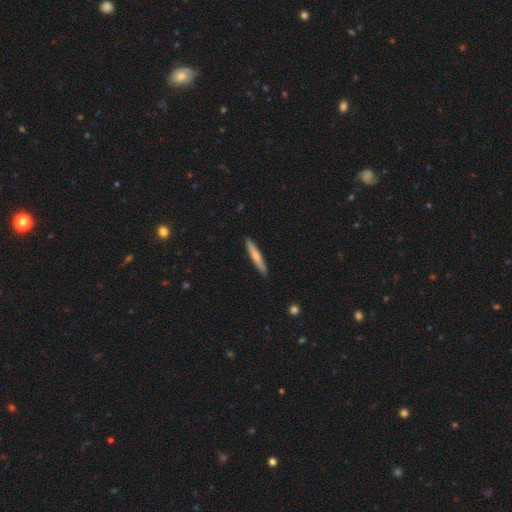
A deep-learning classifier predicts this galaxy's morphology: Smooth or featured?
  - smooth: 67% *
  - featured or disk: 28%
  - star or artifact: 5%
How rounded?
  - cigar-shaped: 95% *
  - in between: 4%
  - round: 1%
Merging?
  - none: 90% *
  - minor disturbance: 8%
  - major disturbance: 1%
  - merger: 1%